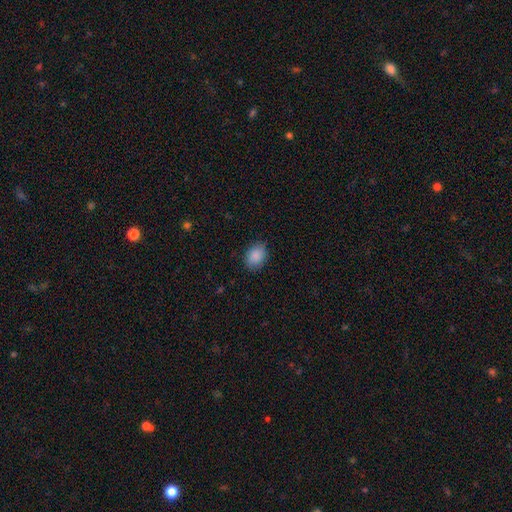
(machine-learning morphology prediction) type=smooth (89%); roundness=in between (66%); merging=none (84%).